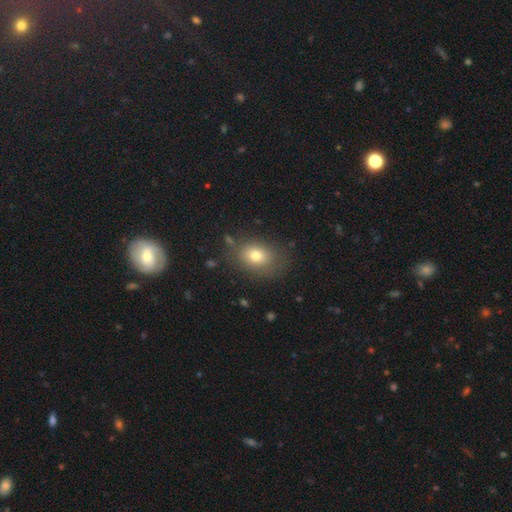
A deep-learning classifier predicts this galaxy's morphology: Smooth or featured? Predicted: smooth (p=0.75). How rounded? Predicted: in between (p=0.64). Merging? Predicted: none (p=0.75).